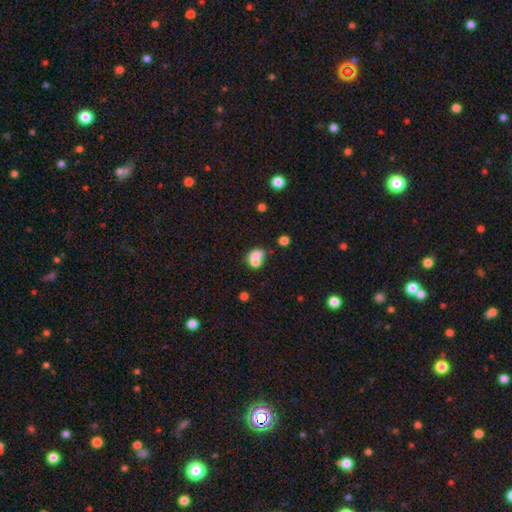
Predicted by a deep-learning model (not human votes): Smooth or featured: smooth — 70% (featured or disk — 19%)
How rounded: in between — 52% (round — 47%)
Merging: merger — 56% (none — 26%)